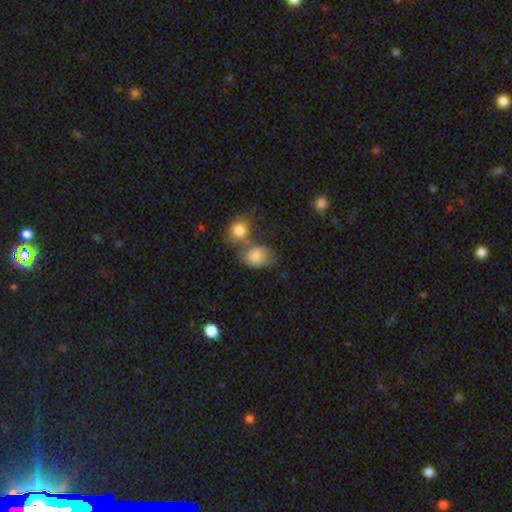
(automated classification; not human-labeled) Overall: smooth (79%). How rounded: round (53%; in between 46%). Merging: merger (48%; none 30%).